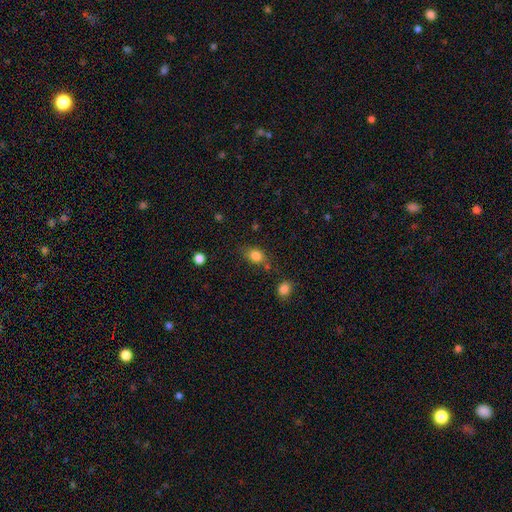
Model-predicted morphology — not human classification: Overall: smooth (83%). How rounded: in between (64%; round 34%). Merging: none (68%).